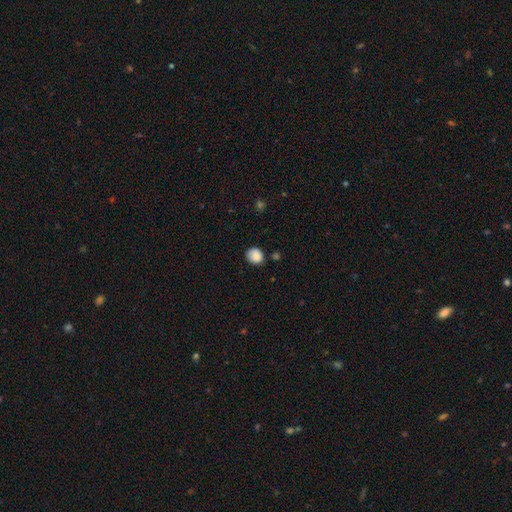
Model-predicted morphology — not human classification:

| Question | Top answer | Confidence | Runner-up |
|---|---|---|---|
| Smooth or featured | smooth | 87% | star or artifact (9%) |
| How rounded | round | 74% | in between (25%) |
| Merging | none | 77% | minor disturbance (16%) |